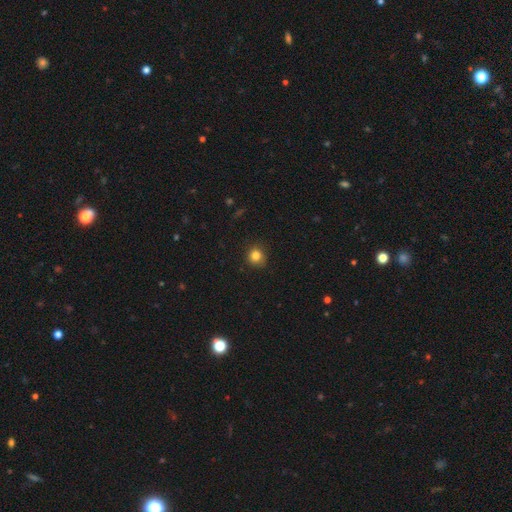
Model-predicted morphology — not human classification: The model was most divided on "smooth or featured": smooth: 83%, star or artifact: 12%, featured or disk: 5%. More confident: how rounded — round (88%); merging — none (84%).